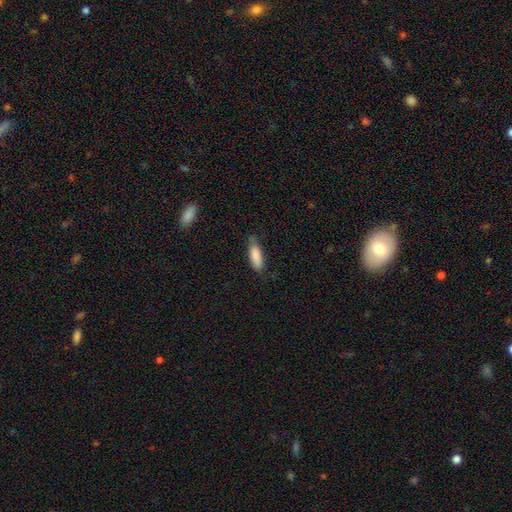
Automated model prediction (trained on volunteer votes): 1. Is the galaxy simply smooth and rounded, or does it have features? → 86% smooth, 8% featured or disk, 6% star or artifact.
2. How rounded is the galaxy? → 65% in between, 33% cigar-shaped, 2% round.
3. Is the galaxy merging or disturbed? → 66% none, 27% minor disturbance, 5% major disturbance, 2% merger.